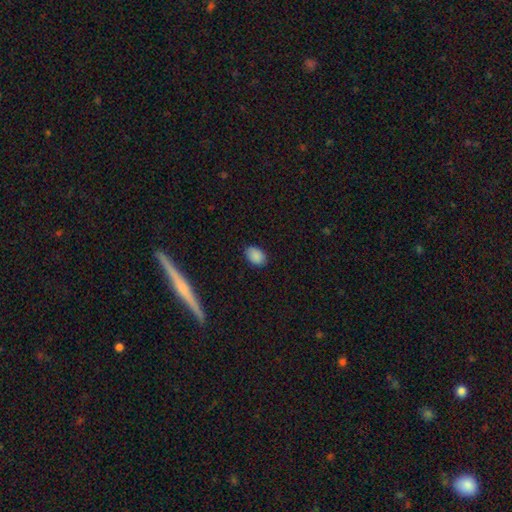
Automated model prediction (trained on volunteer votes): Smooth or featured?
  - smooth: 87% *
  - star or artifact: 9%
  - featured or disk: 4%
How rounded?
  - in between: 81% *
  - round: 17%
  - cigar-shaped: 1%
Merging?
  - none: 84% *
  - minor disturbance: 12%
  - major disturbance: 2%
  - merger: 1%